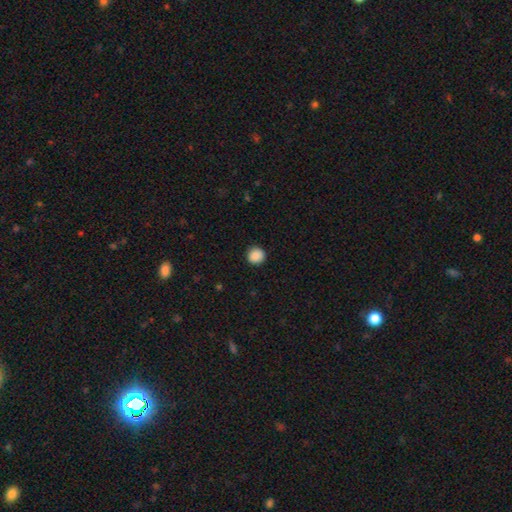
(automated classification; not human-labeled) This appears to be a smooth galaxy with no disk features (89%) that is round (93%). Merging: none (92%).